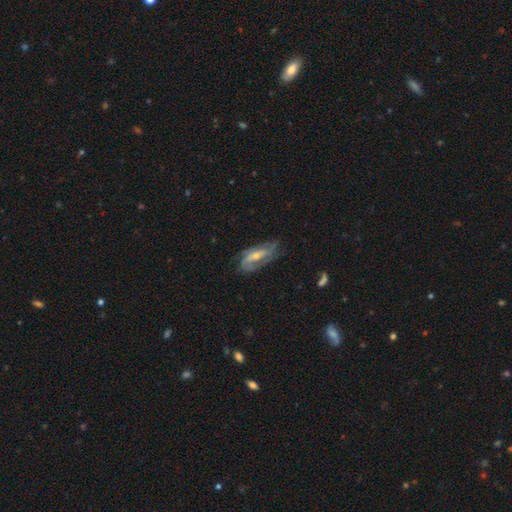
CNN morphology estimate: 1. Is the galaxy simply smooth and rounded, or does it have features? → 72% featured or disk, 22% smooth, 6% star or artifact.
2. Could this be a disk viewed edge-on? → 91% no, 9% yes.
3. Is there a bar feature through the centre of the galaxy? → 39% no, 38% weak, 23% strong.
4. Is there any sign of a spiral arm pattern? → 85% yes, 15% no.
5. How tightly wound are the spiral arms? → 42% medium, 38% tight, 20% loose.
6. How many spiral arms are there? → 52% 2, 26% can't tell, 9% 3, 8% 1, 2% 4, 2% more than 4.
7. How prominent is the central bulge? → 52% small, 41% moderate, 3% none, 3% large, 1% dominant.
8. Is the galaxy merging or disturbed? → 58% none, 26% minor disturbance, 15% major disturbance, 2% merger.